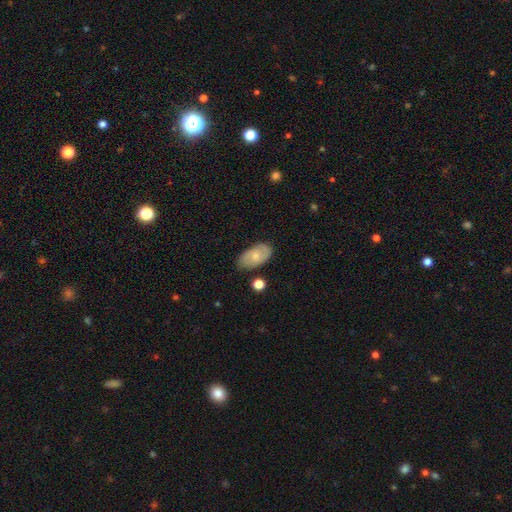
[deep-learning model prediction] Smooth or featured? smooth (62%)
How rounded? in between (93%)
Merging? none (75%)